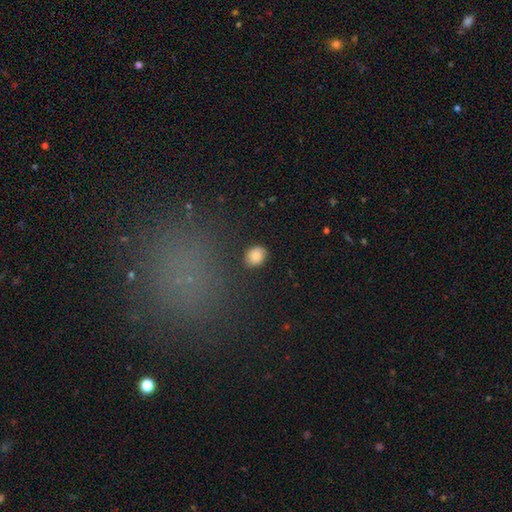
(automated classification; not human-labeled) Morphology: type=smooth (84%); roundness=round (54%); merging=none (83%).